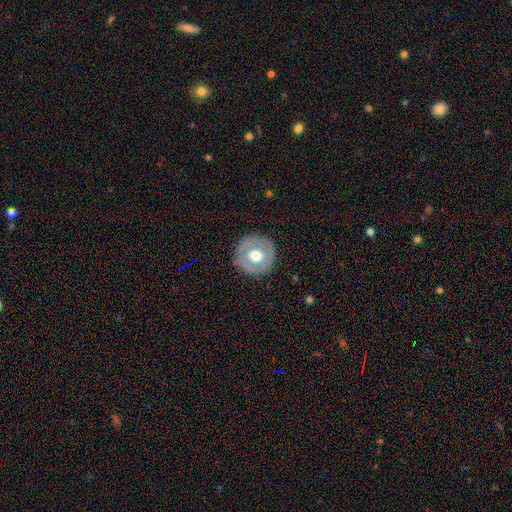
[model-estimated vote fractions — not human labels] The model was most divided on "smooth or featured": featured or disk: 49%, smooth: 45%, star or artifact: 6%. More confident: merging — none (86%).